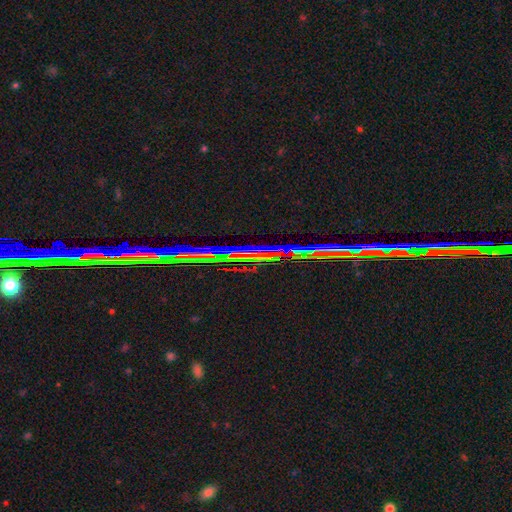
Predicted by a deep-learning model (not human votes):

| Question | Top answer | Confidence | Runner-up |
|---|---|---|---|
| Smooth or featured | star or artifact | 57% | featured or disk (24%) |